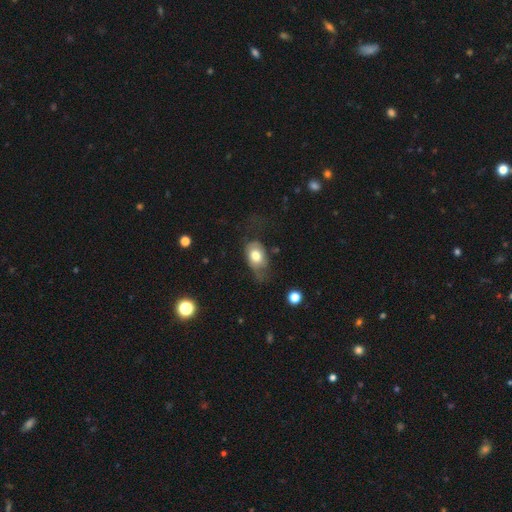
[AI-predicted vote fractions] This appears to be a smooth galaxy with no disk features (66%) that is in between round and cigar-shaped (77%). Merging: none (36%).